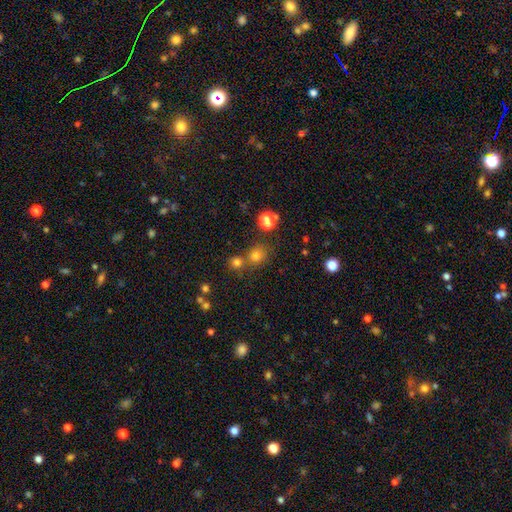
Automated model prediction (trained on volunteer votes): Smooth or featured?
  - smooth: 70% *
  - star or artifact: 23%
  - featured or disk: 7%
How rounded?
  - round: 81% *
  - in between: 18%
  - cigar-shaped: 1%
Merging?
  - none: 67% *
  - merger: 22%
  - minor disturbance: 8%
  - major disturbance: 3%